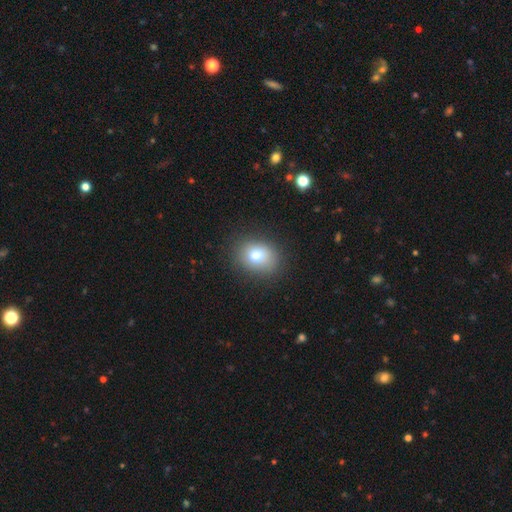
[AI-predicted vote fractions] Smooth or featured? Predicted: smooth (p=0.77). How rounded? Predicted: in between (p=0.51). Merging? Predicted: none (p=0.84).